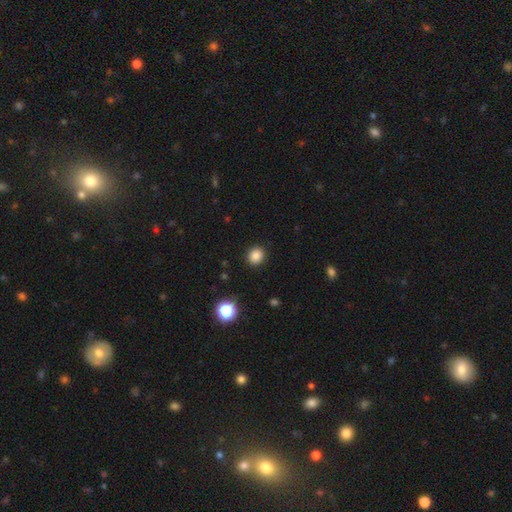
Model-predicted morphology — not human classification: This is clearly a smooth galaxy (85%). How rounded: clearly round (81%). Merging: clearly none (91%).